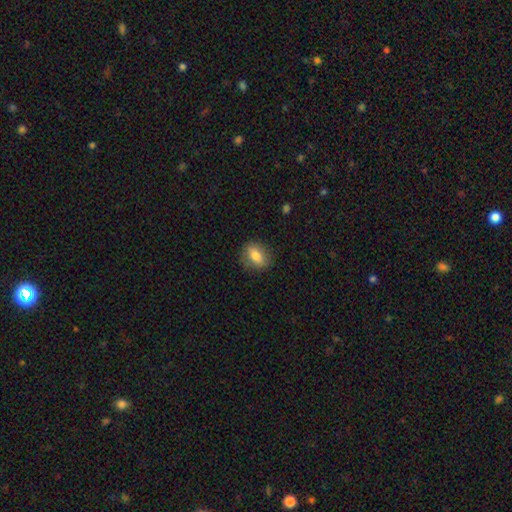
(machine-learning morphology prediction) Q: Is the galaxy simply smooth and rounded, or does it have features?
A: smooth — 76%.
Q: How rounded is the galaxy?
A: in between — 66%.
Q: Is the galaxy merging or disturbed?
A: none — 84%.